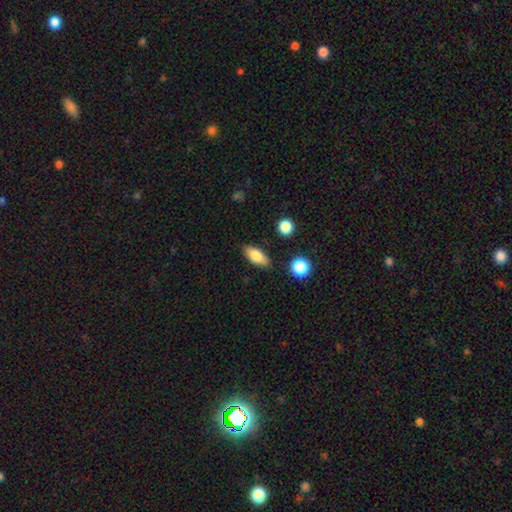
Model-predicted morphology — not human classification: Smooth or featured: smooth — 80% (featured or disk — 13%)
How rounded: in between — 82% (cigar-shaped — 14%)
Merging: none — 84% (minor disturbance — 11%)